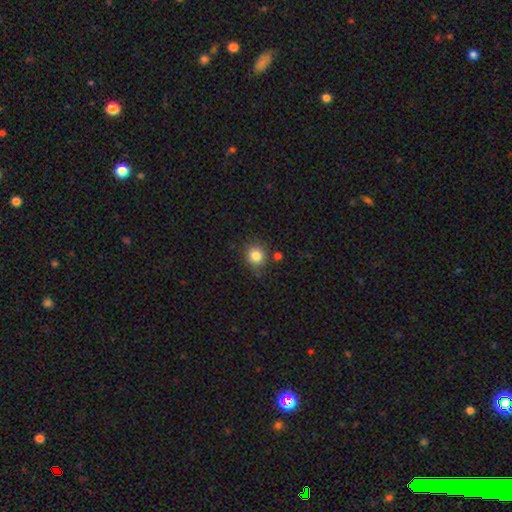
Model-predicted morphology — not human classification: Smooth or featured? smooth (83%)
How rounded? round (86%)
Merging? none (81%)